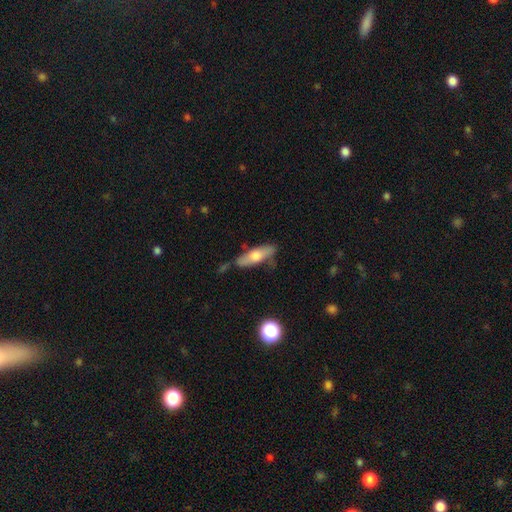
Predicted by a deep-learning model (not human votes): Overall: smooth (57%; featured or disk 37%). How rounded: cigar-shaped (50%; in between 47%). Merging: none (68%).